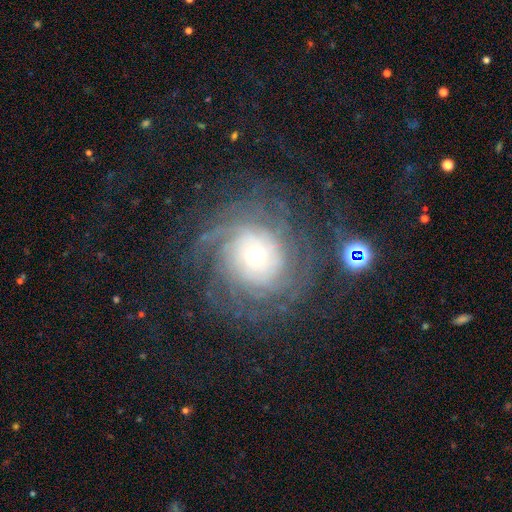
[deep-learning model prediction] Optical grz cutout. It shows a featured or disk galaxy (81%) with no bar (78%), tight (70%) spiral arms (95%) and a small central bulge (58%). Merging: none (75%).